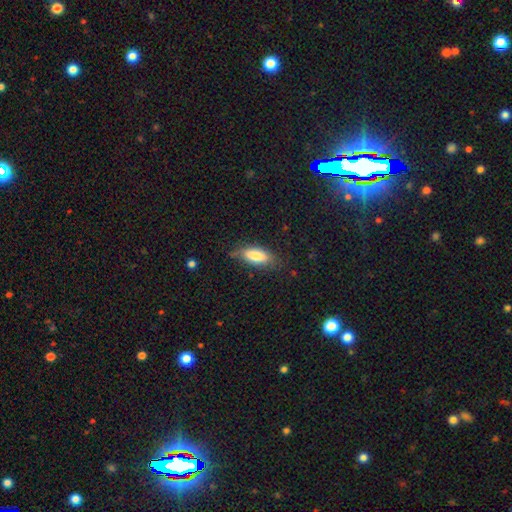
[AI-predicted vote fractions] The model was most divided on "merging": none: 71%, minor disturbance: 22%, major disturbance: 5%, merger: 2%. More confident: smooth or featured — smooth (77%); how rounded — in between (76%).